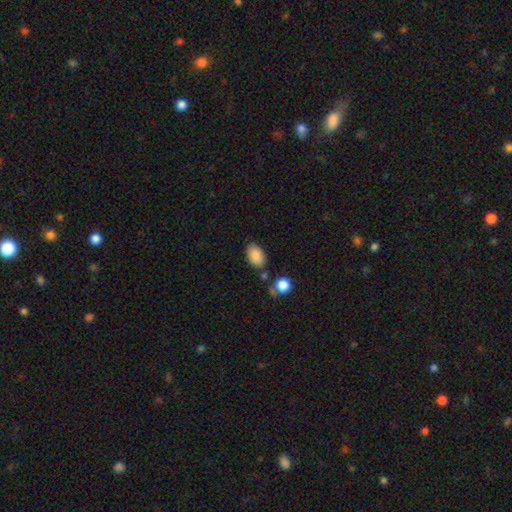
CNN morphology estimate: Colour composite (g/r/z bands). It shows a smooth galaxy with no disk features (88%) that is in between round and cigar-shaped (90%). Merging: none (77%).